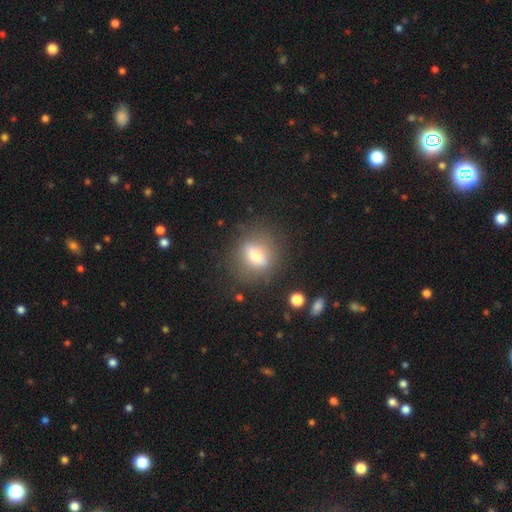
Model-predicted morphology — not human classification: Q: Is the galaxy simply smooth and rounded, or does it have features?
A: smooth — 66%.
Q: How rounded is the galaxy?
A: in between — 52%.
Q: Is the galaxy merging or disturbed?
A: none — 78%.